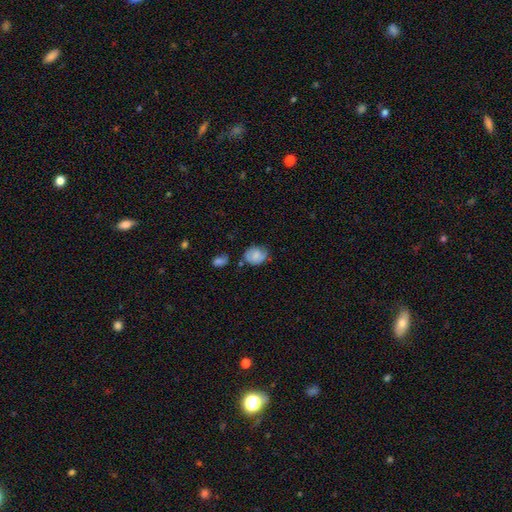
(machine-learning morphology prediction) Overall: smooth (64%; featured or disk 28%). How rounded: in between (52%; round 47%). Merging: none (56%; minor disturbance 28%).